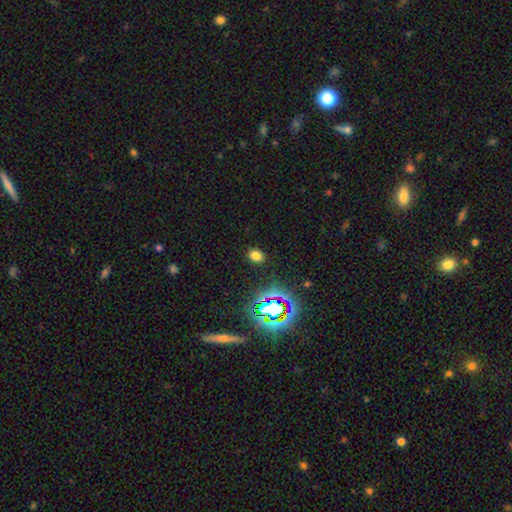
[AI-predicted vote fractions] This appears to be a smooth galaxy with no disk features (70%) that is in between round and cigar-shaped (59%). Merging: none (88%).